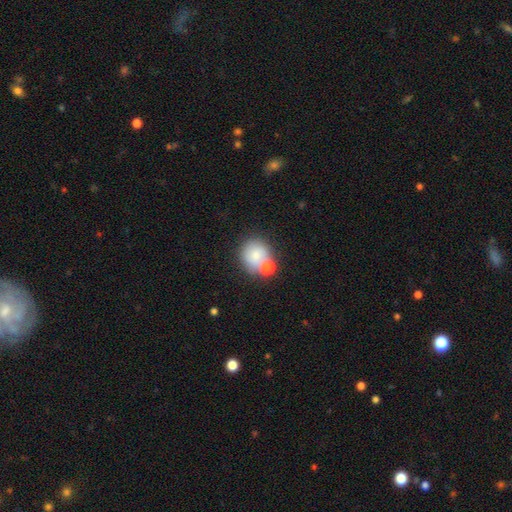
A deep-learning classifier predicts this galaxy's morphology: This is likely a smooth galaxy (78%). How rounded: likely round (79%). Merging: possibly none (50%).